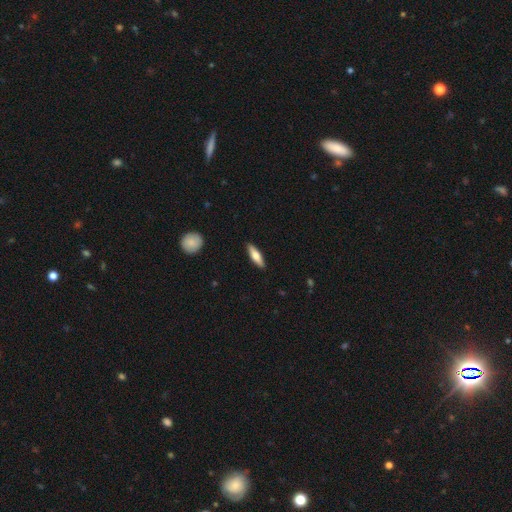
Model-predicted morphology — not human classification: Smooth or featured? smooth (68%)
How rounded? cigar-shaped (57%)
Merging? none (89%)